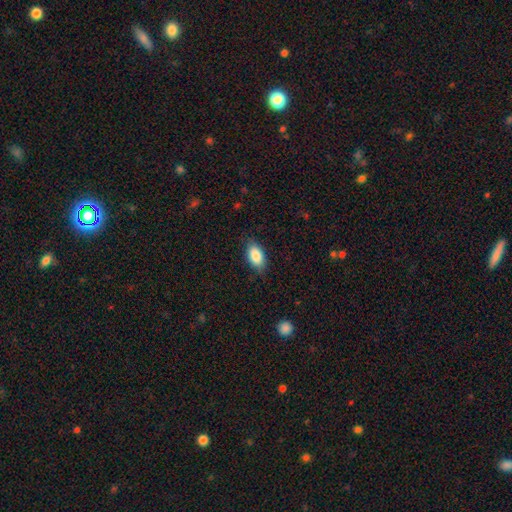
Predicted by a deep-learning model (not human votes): Morphology: type=smooth (85%); roundness=in between (91%); merging=none (80%).